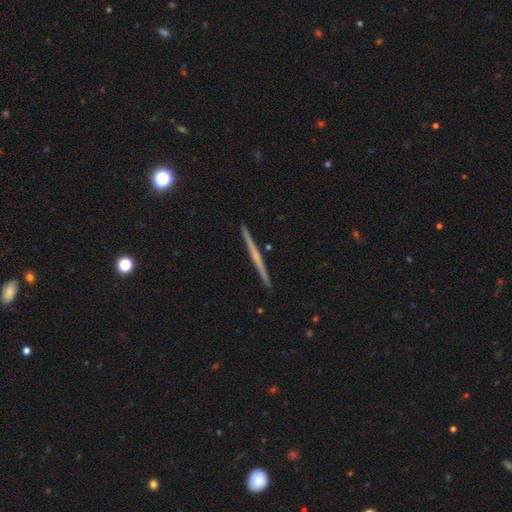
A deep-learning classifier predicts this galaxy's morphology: smooth-or-featured: featured or disk: 69% | smooth: 25% | star or artifact: 6%
  disk-edge-on: yes: 99% | no: 1%
    edge-on-bulge: none: 65% | rounded: 29% | boxy: 6%
  merging: none: 93% | minor disturbance: 5% | merger: 1% | major disturbance: 1%